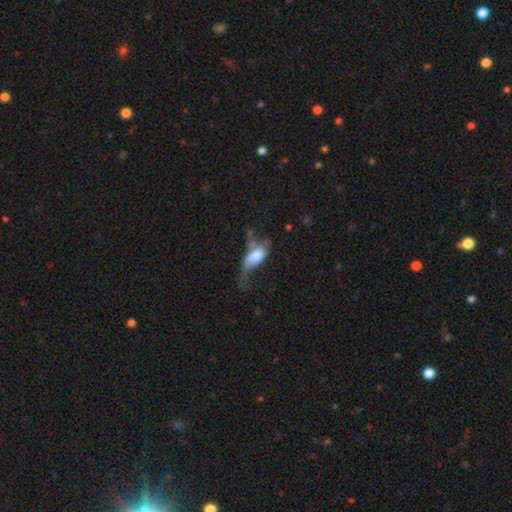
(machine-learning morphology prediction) Smooth or featured: smooth — 46% (featured or disk — 44%)
Merging: major disturbance — 52% (none — 19%)